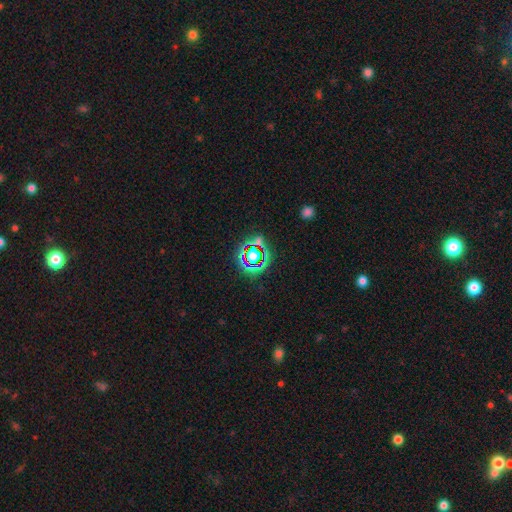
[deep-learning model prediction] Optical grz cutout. It shows a star or artifact, not a galaxy (61%).